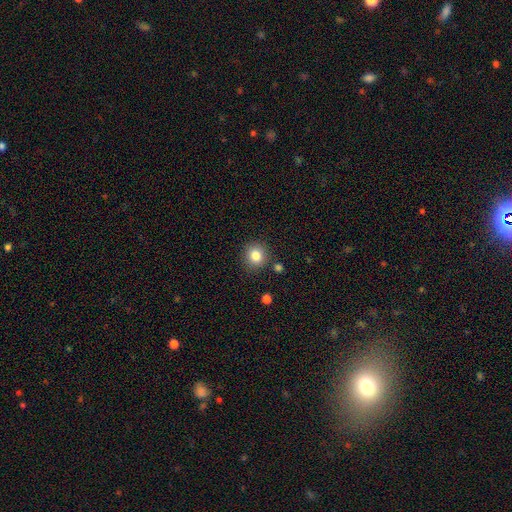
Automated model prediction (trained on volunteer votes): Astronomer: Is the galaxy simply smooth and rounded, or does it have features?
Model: smooth — 83%.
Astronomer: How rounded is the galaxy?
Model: round — 89%.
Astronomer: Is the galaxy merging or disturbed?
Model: none — 86%.